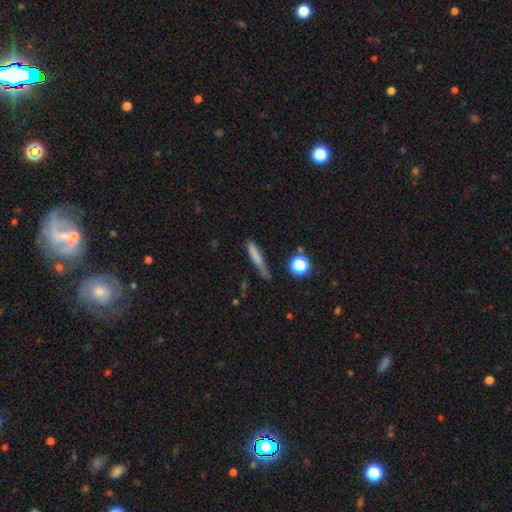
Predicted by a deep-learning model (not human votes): The model was most divided on "merging": none: 64%, minor disturbance: 24%, major disturbance: 8%, merger: 4%. More confident: how rounded — cigar-shaped (89%); smooth or featured — smooth (71%).